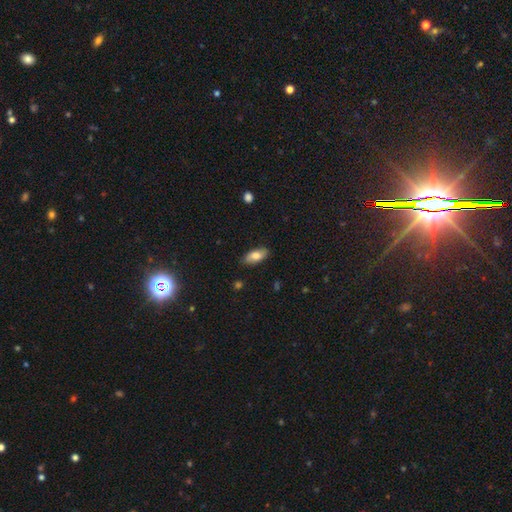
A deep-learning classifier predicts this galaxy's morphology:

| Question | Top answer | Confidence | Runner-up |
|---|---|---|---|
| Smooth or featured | smooth | 77% | featured or disk (17%) |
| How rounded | in between | 89% | cigar-shaped (9%) |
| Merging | none | 85% | minor disturbance (12%) |